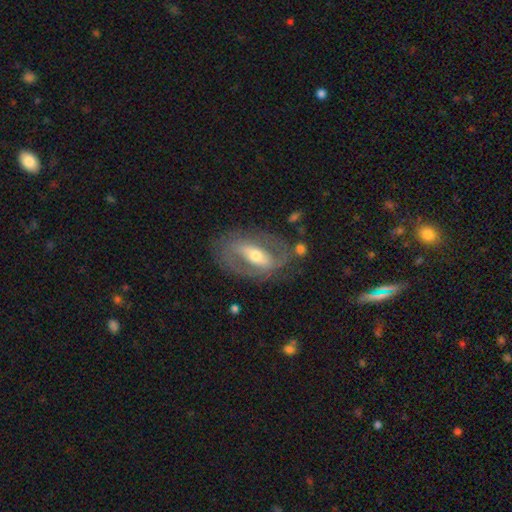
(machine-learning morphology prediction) Smooth or featured: featured or disk — 77% (smooth — 17%)
Edge-on disk: no — 90% (yes — 10%)
Bar: strong — 55% (weak — 26%)
Spiral arms: yes — 68% (no — 32%)
Bulge size: moderate — 61% (small — 29%)
Merging: none — 69% (minor disturbance — 16%)